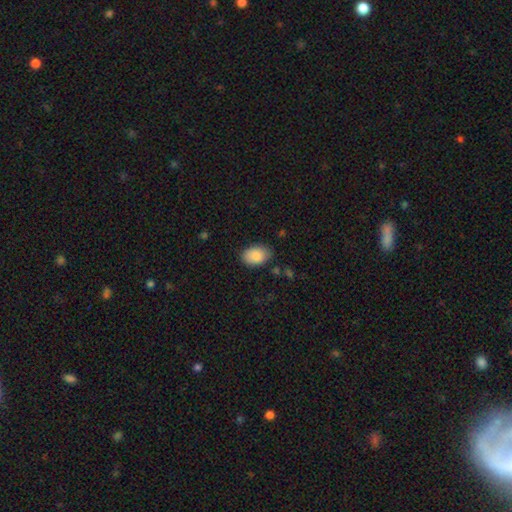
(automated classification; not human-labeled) Smooth or featured? Predicted: smooth (p=0.89). How rounded? Predicted: in between (p=0.86). Merging? Predicted: none (p=0.81).